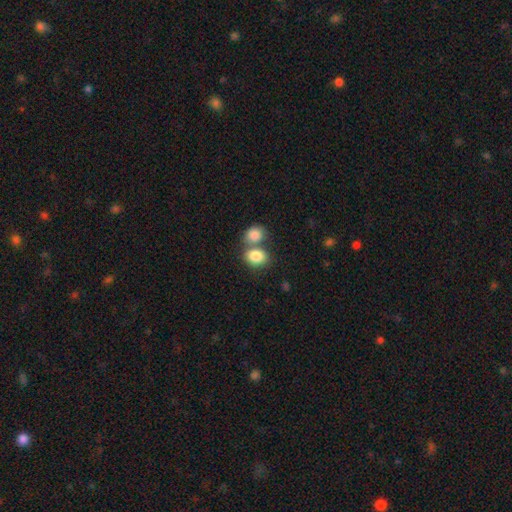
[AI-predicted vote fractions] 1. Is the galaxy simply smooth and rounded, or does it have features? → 84% smooth, 8% star or artifact, 8% featured or disk.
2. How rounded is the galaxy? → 57% in between, 42% round, 1% cigar-shaped.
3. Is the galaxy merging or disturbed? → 48% merger, 39% none, 9% minor disturbance, 3% major disturbance.